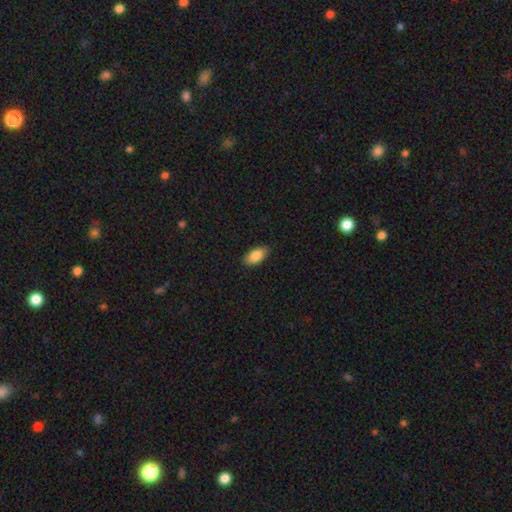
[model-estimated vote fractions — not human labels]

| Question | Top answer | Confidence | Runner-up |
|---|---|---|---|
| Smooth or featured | smooth | 86% | featured or disk (7%) |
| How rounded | in between | 92% | cigar-shaped (5%) |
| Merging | none | 85% | minor disturbance (12%) |